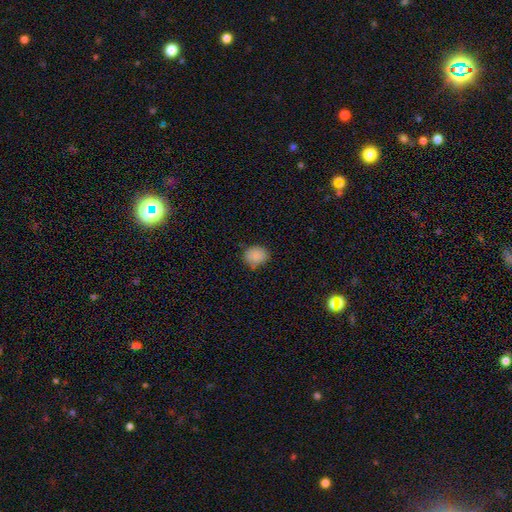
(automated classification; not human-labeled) smooth-or-featured: smooth: 86% | star or artifact: 9% | featured or disk: 5%
  how-rounded: round: 56% | in between: 44% | cigar-shaped: 1%
  merging: none: 76% | minor disturbance: 19% | major disturbance: 3% | merger: 2%